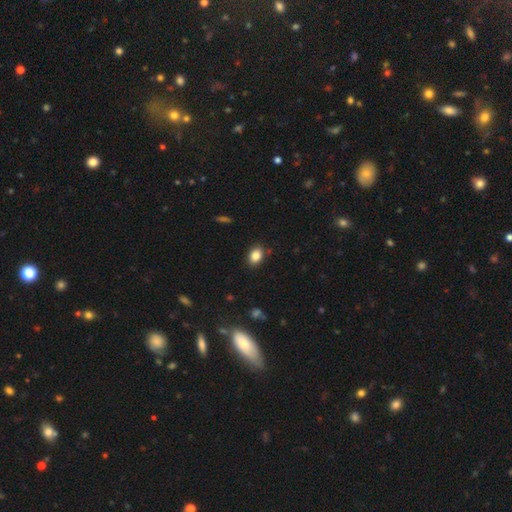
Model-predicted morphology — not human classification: A smooth galaxy with no disk features (85%) that is in between round and cigar-shaped (73%). Merging: none (85%).